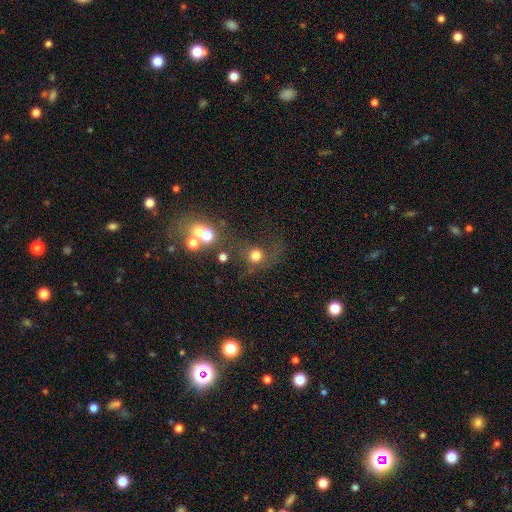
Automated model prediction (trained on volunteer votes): smooth-or-featured: smooth: 68% | star or artifact: 17% | featured or disk: 15%
  how-rounded: round: 85% | in between: 14% | cigar-shaped: 1%
  merging: none: 44% | merger: 22% | major disturbance: 21% | minor disturbance: 14%